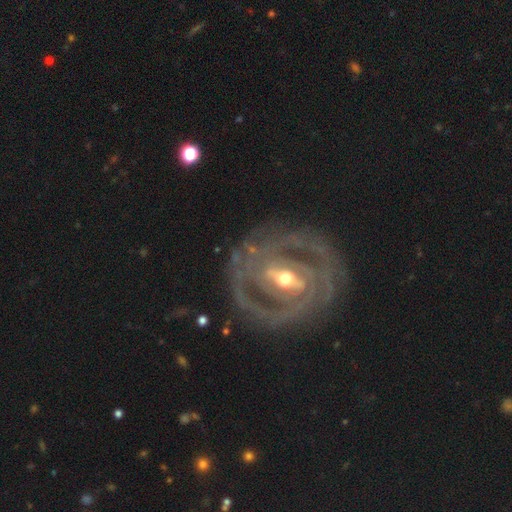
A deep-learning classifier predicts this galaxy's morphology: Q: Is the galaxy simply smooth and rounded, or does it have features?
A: featured or disk — 84%.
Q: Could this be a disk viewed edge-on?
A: no — 93%.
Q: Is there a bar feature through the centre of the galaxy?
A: strong — 50%.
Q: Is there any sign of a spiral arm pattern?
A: yes — 75%.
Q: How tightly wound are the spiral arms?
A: tight — 64%.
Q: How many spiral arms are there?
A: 2 — 50%.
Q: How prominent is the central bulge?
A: moderate — 48%.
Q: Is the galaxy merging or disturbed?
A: none — 78%.